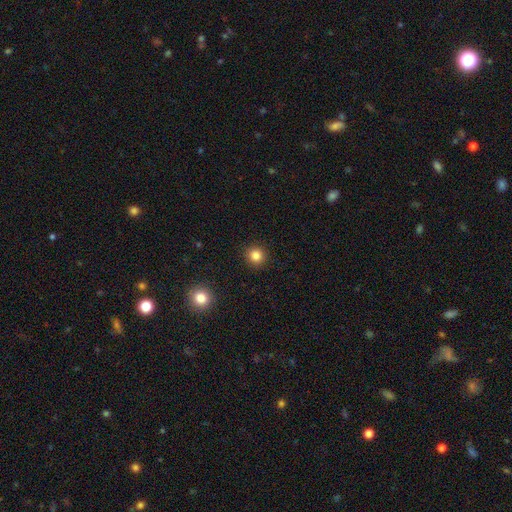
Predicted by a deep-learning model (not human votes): A smooth galaxy with no disk features (83%) that is round (94%). Merging: none (92%).